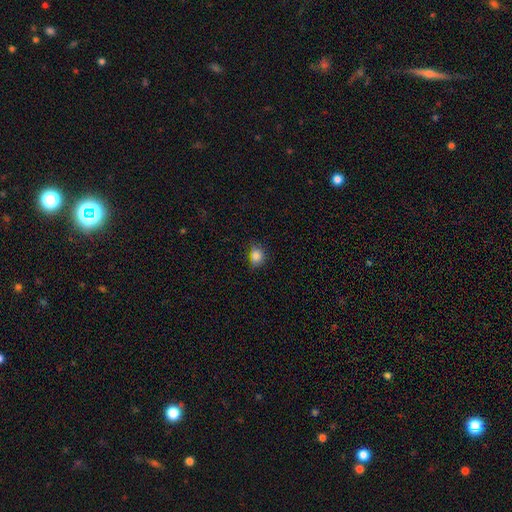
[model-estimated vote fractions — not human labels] The model was most divided on "how rounded": round: 60%, in between: 39%, cigar-shaped: 1%. More confident: smooth or featured — smooth (83%); merging — none (66%).